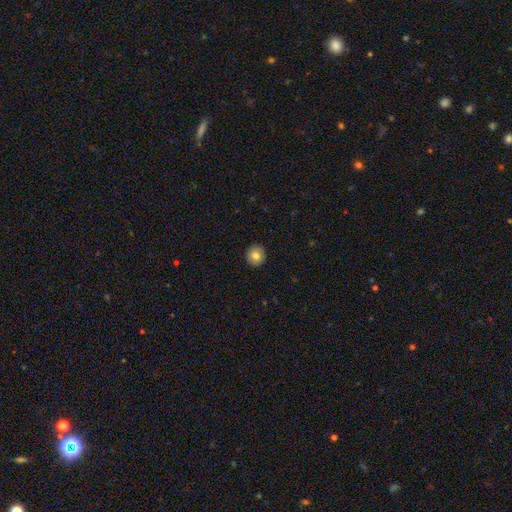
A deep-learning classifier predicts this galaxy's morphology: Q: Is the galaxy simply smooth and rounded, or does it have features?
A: smooth — 80%.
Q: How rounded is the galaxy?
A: round — 94%.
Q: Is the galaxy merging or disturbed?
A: none — 92%.